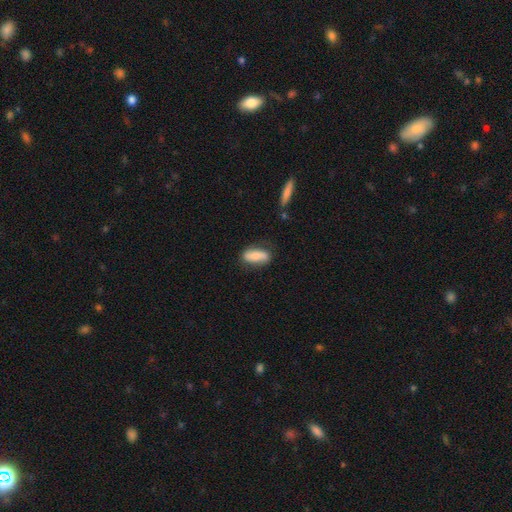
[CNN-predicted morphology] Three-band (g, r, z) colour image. It shows a smooth galaxy with no disk features (77%) that is in between round and cigar-shaped (76%). Merging: none (70%).